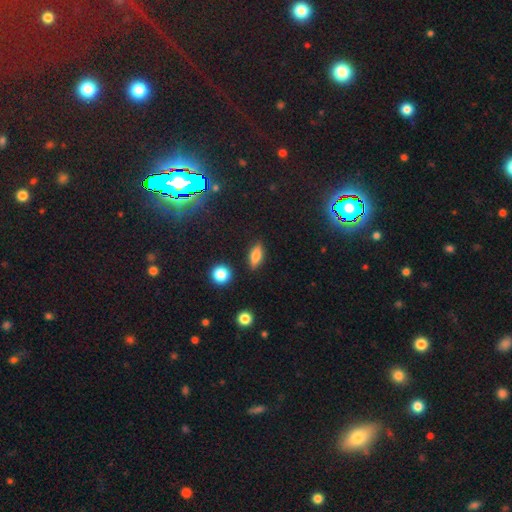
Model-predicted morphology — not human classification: This appears to be a smooth galaxy with no disk features (69%) that is in between round and cigar-shaped (69%). Merging: none (86%).